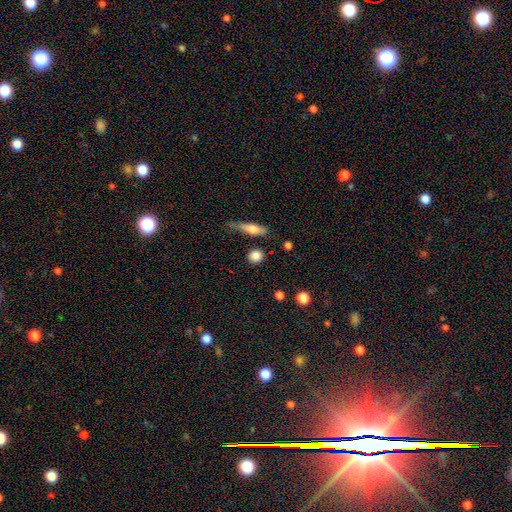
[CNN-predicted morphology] The model was most divided on "how rounded": round: 79%, in between: 16%, cigar-shaped: 5%. More confident: smooth or featured — smooth (84%); merging — none (82%).